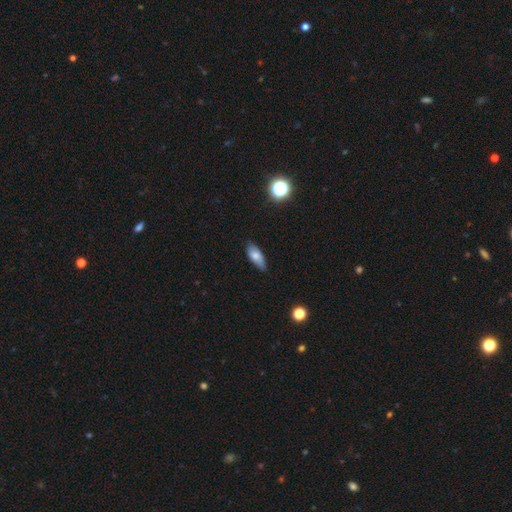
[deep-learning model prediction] Q: Smooth or featured?
A: smooth (72%); runner-up: featured or disk (20%)
Q: How rounded?
A: in between (79%); runner-up: cigar-shaped (18%)
Q: Merging?
A: none (73%); runner-up: minor disturbance (22%)